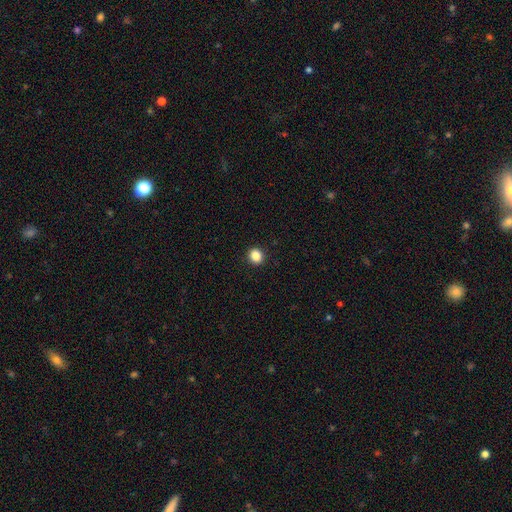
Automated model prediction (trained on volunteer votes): Smooth or featured: smooth — 86% (star or artifact — 11%)
How rounded: round — 82% (in between — 17%)
Merging: none — 93% (minor disturbance — 5%)